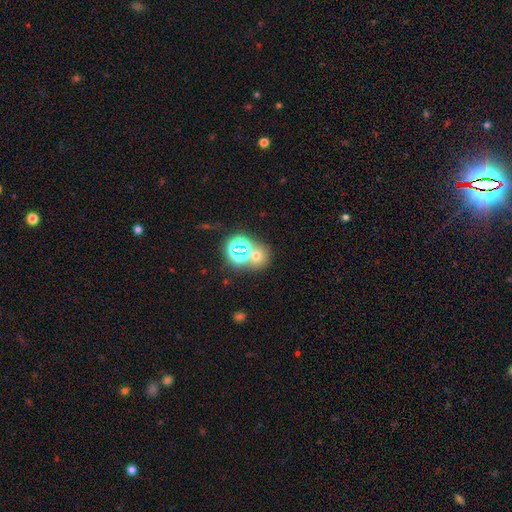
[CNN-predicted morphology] type=smooth (52%); roundness=round (76%); merging=none (58%).